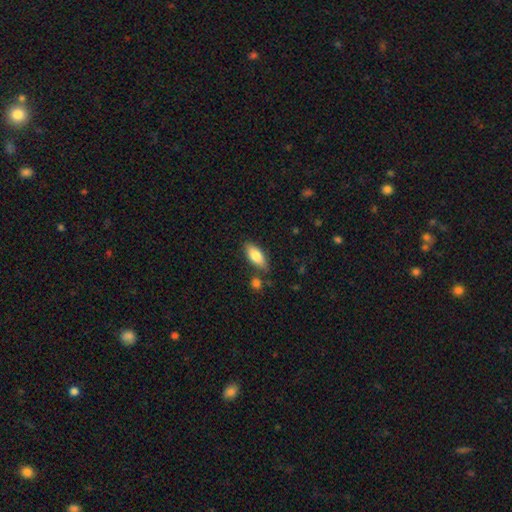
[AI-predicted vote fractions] Morphology: type=smooth (79%); roundness=in between (80%); merging=none (77%).